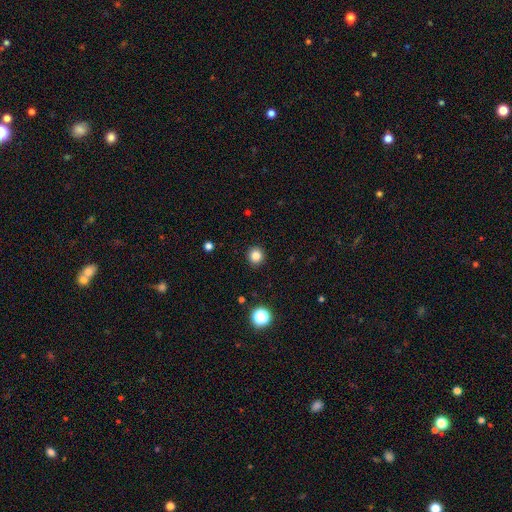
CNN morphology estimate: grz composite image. It shows a smooth galaxy with no disk features (83%) that is round (92%). Merging: none (92%).